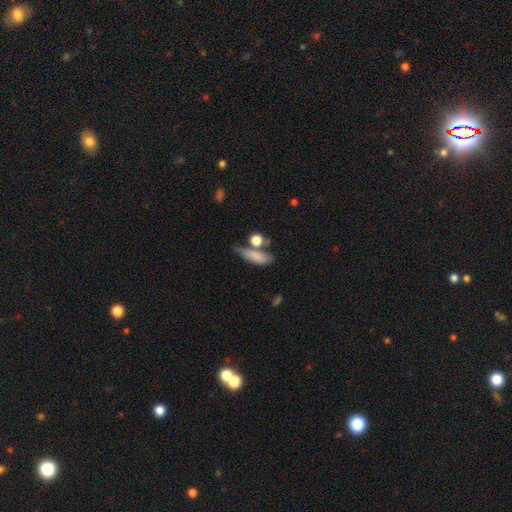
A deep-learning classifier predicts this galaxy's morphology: smooth-or-featured: smooth: 76% | featured or disk: 15% | star or artifact: 9%
  how-rounded: in between: 55% | cigar-shaped: 35% | round: 10%
  merging: none: 42% | minor disturbance: 24% | merger: 21% | major disturbance: 14%